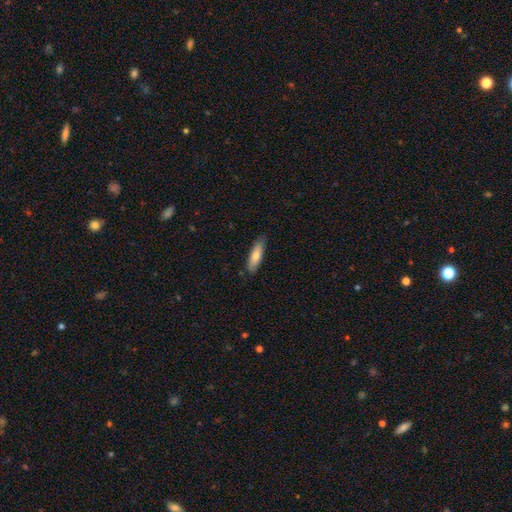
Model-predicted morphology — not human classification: This appears to be a smooth galaxy with no disk features (73%) that is cigar-shaped (59%). Merging: none (82%).